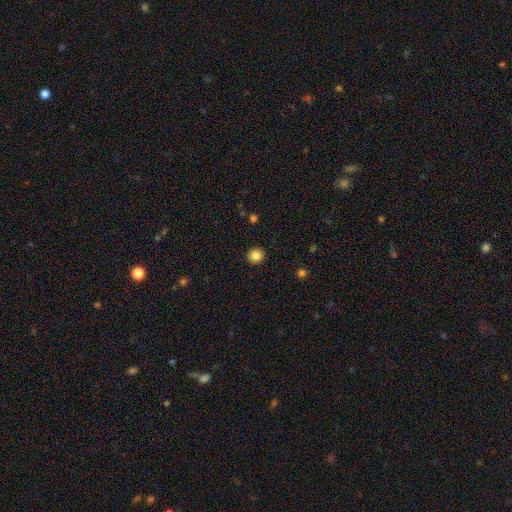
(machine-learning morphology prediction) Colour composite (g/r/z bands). It shows a smooth galaxy with no disk features (84%) that is round (94%). Merging: none (93%).